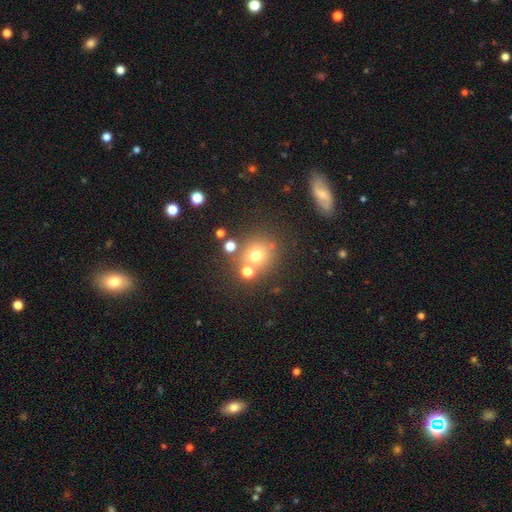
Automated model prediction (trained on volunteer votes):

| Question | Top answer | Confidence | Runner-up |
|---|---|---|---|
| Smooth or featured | smooth | 68% | star or artifact (19%) |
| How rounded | round | 85% | in between (14%) |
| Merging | none | 68% | merger (17%) |